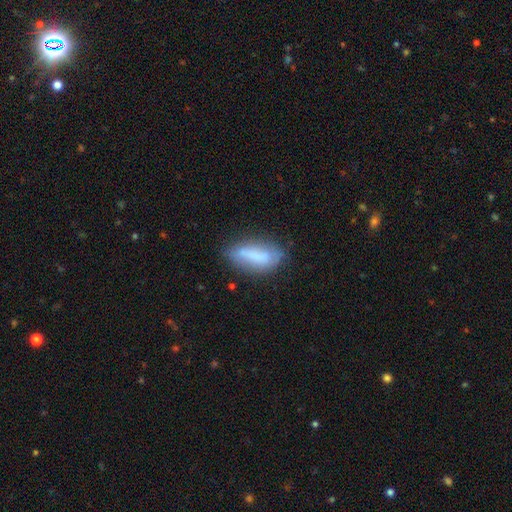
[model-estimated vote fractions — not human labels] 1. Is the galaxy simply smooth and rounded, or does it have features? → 69% smooth, 22% featured or disk, 9% star or artifact.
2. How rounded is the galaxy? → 72% in between, 26% cigar-shaped, 3% round.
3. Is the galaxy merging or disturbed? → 61% none, 26% minor disturbance, 9% major disturbance, 4% merger.